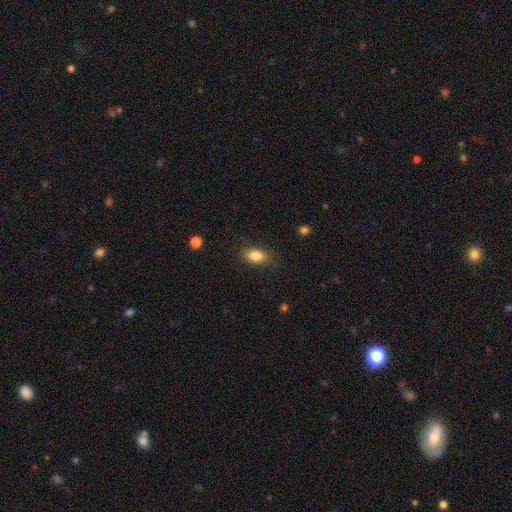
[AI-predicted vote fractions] Morphology: type=smooth (84%); roundness=in between (86%); merging=none (83%).